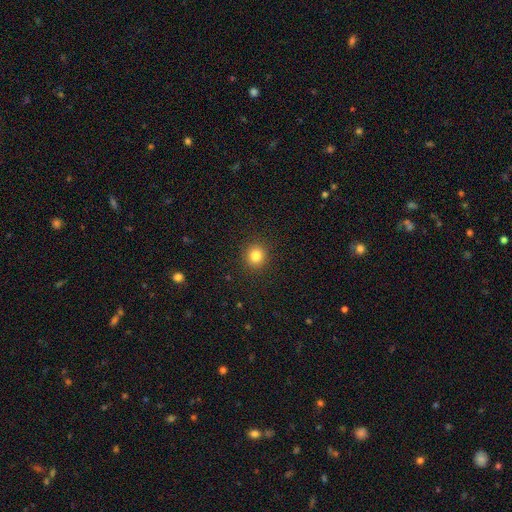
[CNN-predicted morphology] Smooth or featured: smooth — 83% (star or artifact — 11%)
How rounded: round — 90% (in between — 10%)
Merging: none — 91% (minor disturbance — 5%)